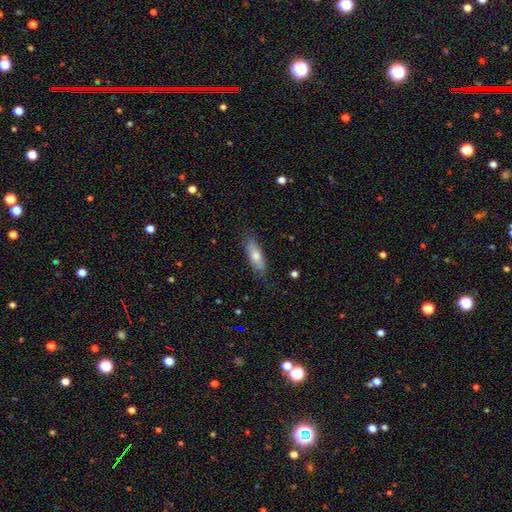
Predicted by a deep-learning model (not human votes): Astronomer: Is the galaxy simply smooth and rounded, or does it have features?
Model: smooth — 67%.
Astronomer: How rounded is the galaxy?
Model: in between — 54% (runner-up: cigar-shaped, 44%).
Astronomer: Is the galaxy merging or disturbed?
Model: none — 82%.